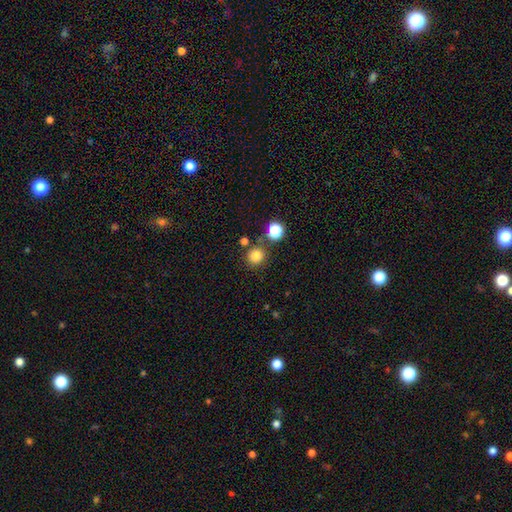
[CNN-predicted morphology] Smooth or featured? Predicted: smooth (p=0.81). How rounded? Predicted: round (p=0.92). Merging? Predicted: none (p=0.78).